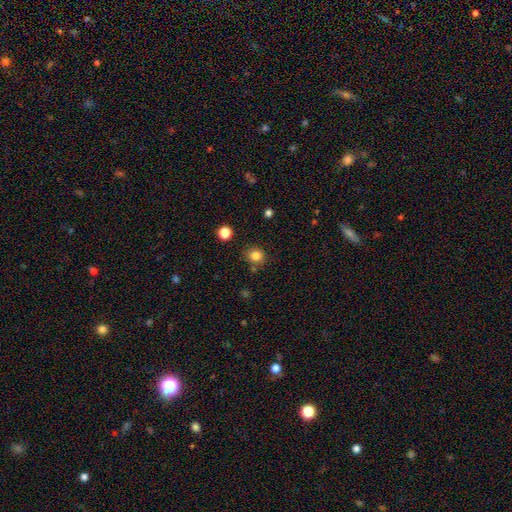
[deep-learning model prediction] smooth_or_featured: smooth (p=0.83) [alt: star or artifact p=0.12]
how_rounded: round (p=0.79) [alt: in between p=0.20]
merging: none (p=0.82) [alt: minor disturbance p=0.11]